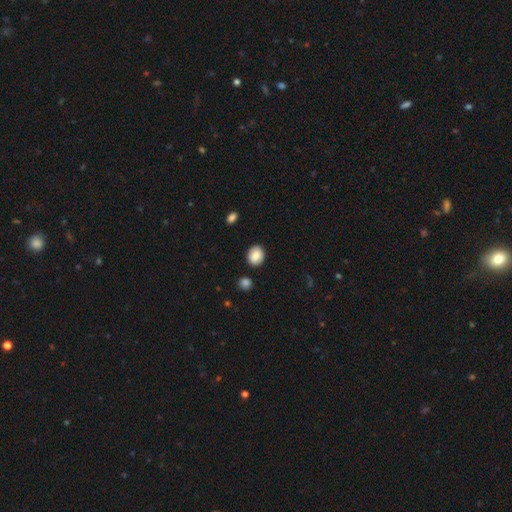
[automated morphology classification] Smooth or featured? smooth (83%)
How rounded? round (60%)
Merging? none (88%)